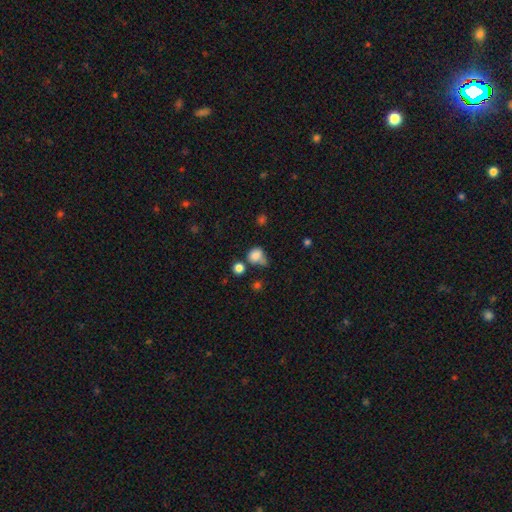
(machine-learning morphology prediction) Smooth or featured? smooth (80%)
How rounded? round (65%)
Merging? none (41%)